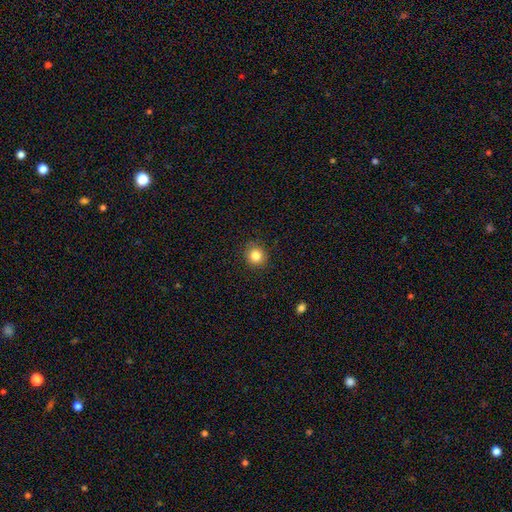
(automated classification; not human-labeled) smooth_or_featured: smooth (p=0.84) [alt: star or artifact p=0.11]
how_rounded: round (p=0.89) [alt: in between p=0.10]
merging: none (p=0.90) [alt: minor disturbance p=0.07]